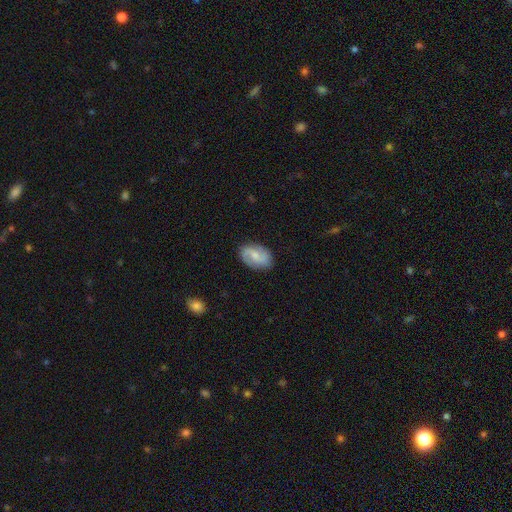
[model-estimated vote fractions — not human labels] A featured or disk galaxy (67%) with a weak bar (46%), 2 (88%) medium (46%) spiral arms (93%) and a small central bulge (45%). Merging: none (82%).